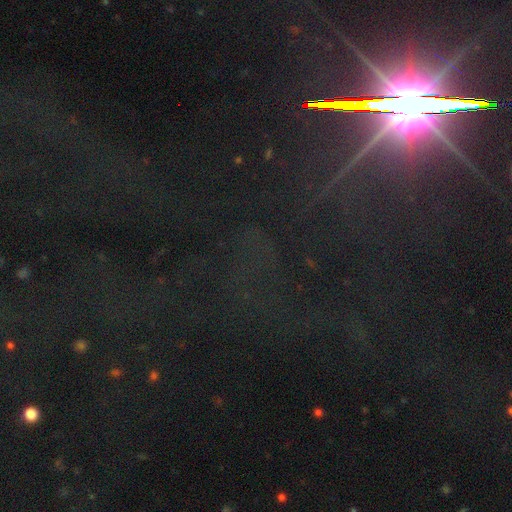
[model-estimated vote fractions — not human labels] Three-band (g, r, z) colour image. It shows a star or artifact, not a galaxy (78%).